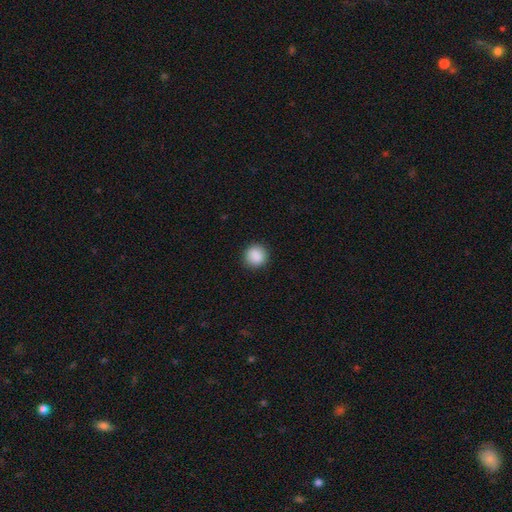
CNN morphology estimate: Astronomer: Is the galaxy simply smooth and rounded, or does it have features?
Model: smooth — 89%.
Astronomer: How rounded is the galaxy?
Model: round — 92%.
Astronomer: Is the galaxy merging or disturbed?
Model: none — 91%.